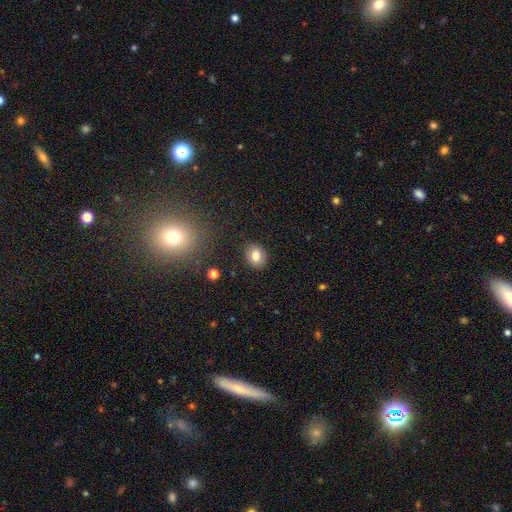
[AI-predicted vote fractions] Smooth or featured? Predicted: smooth (p=0.82). How rounded? Predicted: round (p=0.61). Merging? Predicted: none (p=0.89).